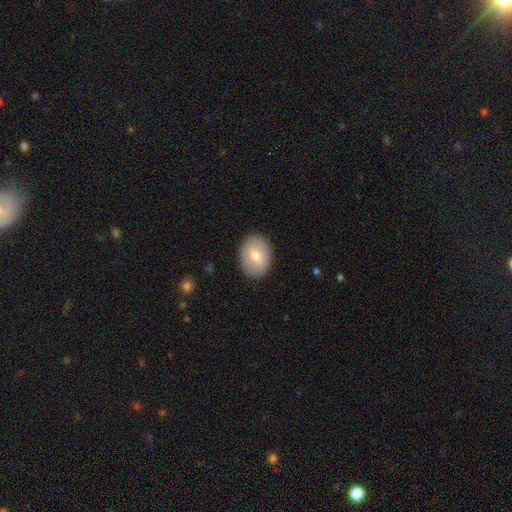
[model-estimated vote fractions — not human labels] Morphology: type=smooth (65%); roundness=in between (69%); merging=none (87%).